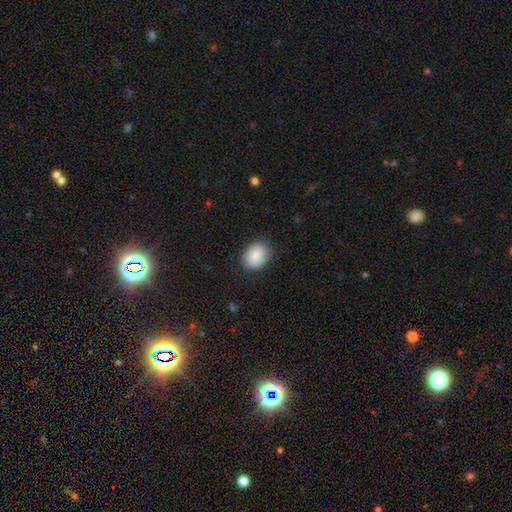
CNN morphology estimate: Smooth or featured: smooth — 85% (featured or disk — 8%)
How rounded: in between — 52% (round — 47%)
Merging: none — 83% (minor disturbance — 13%)